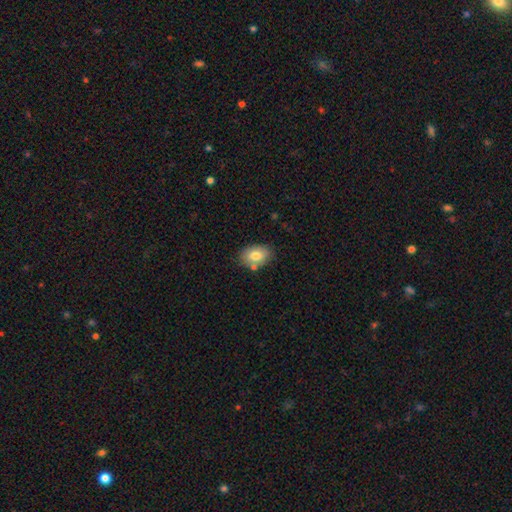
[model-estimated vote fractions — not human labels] smooth 78%, featured or disk 15%, star or artifact 8%. Down the decision tree: how rounded — in between (83%); merging — none (74%).